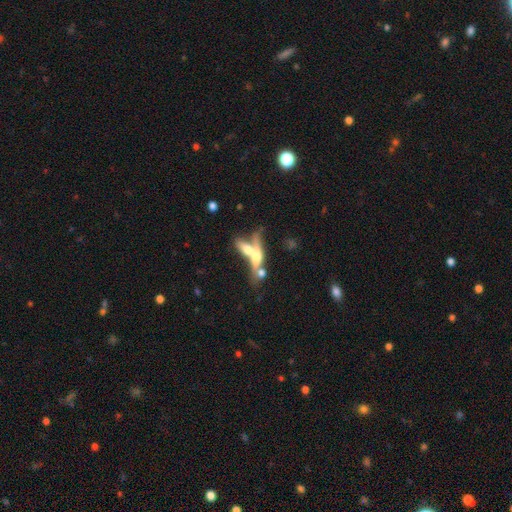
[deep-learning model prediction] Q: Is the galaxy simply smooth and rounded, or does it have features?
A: featured or disk — 46%.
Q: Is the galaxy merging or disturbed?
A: merger — 62%.